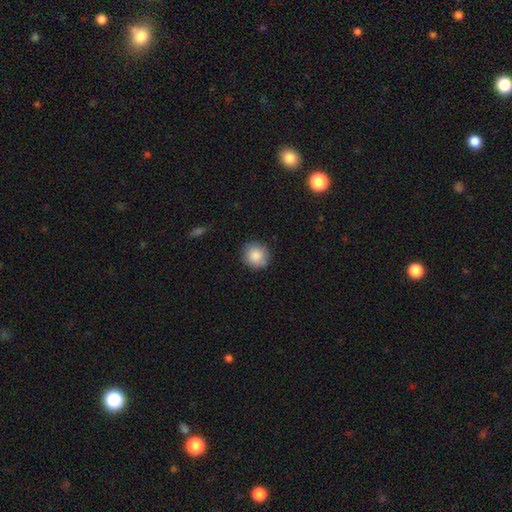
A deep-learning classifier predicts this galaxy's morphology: This is clearly a smooth galaxy (87%). How rounded: clearly round (90%). Merging: clearly none (84%).